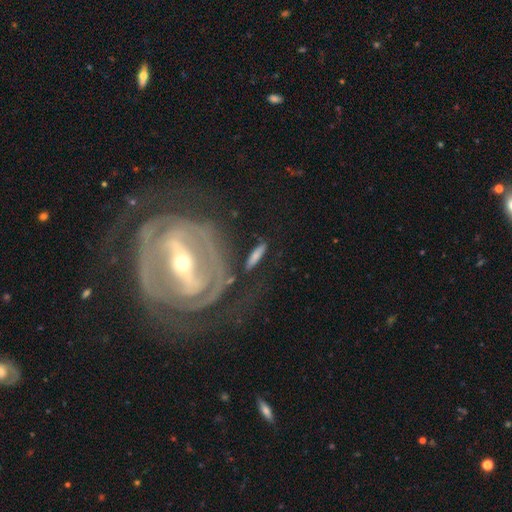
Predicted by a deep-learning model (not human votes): The model was most divided on "smooth or featured": smooth: 67%, featured or disk: 27%, star or artifact: 7%. More confident: merging — none (78%); how rounded — cigar-shaped (71%).